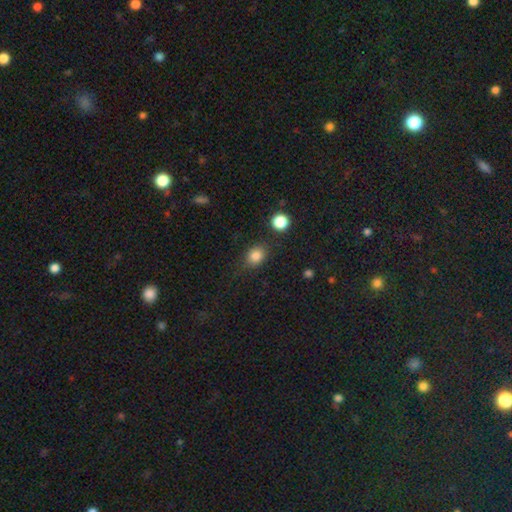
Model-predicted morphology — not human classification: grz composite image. It shows a smooth galaxy with no disk features (84%) that is round (55%). Merging: none (74%).